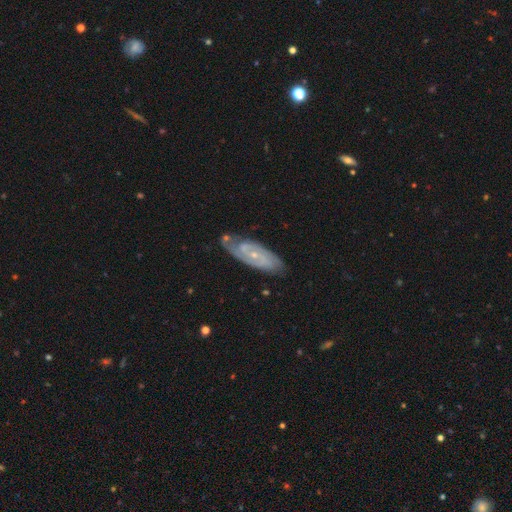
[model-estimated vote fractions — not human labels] This appears to be a featured or disk galaxy (83%) with no bar (59%), 2 (64%) tight (58%) spiral arms (94%) and a small central bulge (73%). Merging: none (71%).